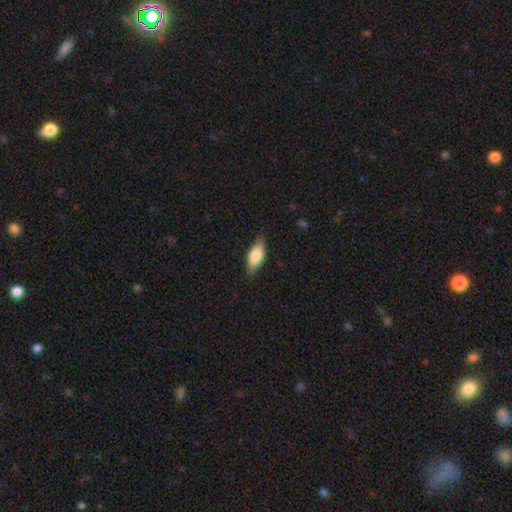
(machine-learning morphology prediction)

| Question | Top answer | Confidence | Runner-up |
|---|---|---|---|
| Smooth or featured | smooth | 76% | featured or disk (18%) |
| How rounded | in between | 81% | cigar-shaped (17%) |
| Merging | none | 80% | minor disturbance (16%) |